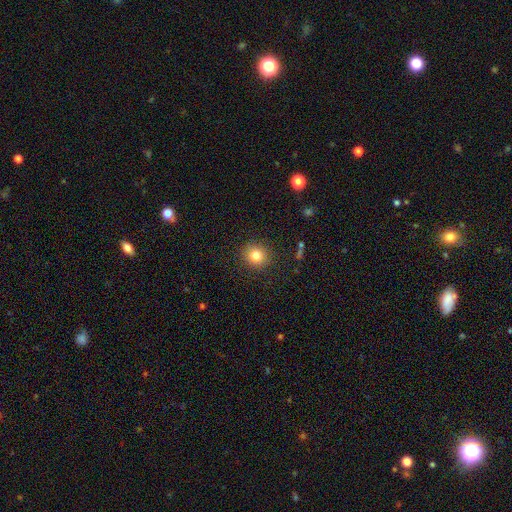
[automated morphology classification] Smooth or featured?
  - smooth: 81% *
  - star or artifact: 11%
  - featured or disk: 7%
How rounded?
  - round: 88% *
  - in between: 11%
  - cigar-shaped: 1%
Merging?
  - none: 90% *
  - minor disturbance: 7%
  - major disturbance: 2%
  - merger: 1%